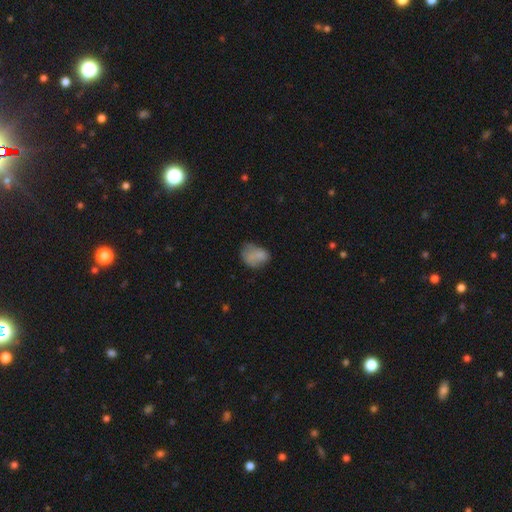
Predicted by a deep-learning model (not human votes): Smooth or featured?
  - smooth: 73% *
  - featured or disk: 16%
  - star or artifact: 10%
How rounded?
  - in between: 67% *
  - round: 32%
  - cigar-shaped: 1%
Merging?
  - none: 39% *
  - minor disturbance: 33%
  - major disturbance: 21%
  - merger: 7%